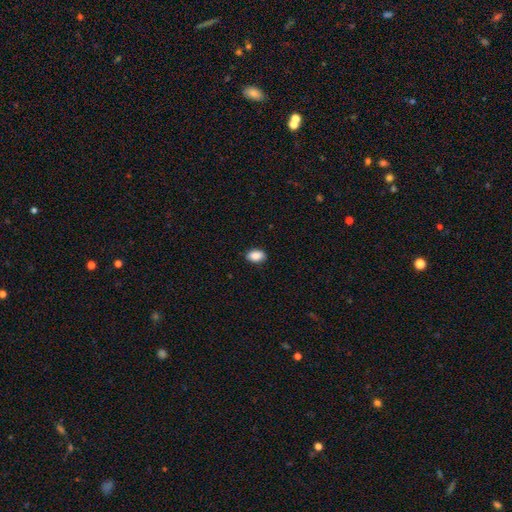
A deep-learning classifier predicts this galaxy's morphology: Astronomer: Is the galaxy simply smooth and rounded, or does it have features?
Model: smooth — 89%.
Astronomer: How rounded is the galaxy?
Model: in between — 91%.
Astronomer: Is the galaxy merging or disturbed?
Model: none — 88%.